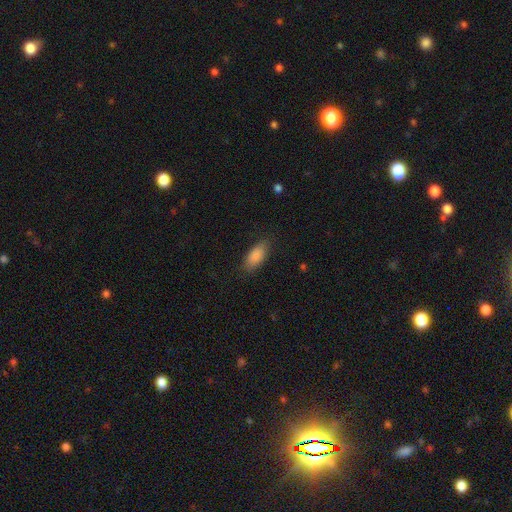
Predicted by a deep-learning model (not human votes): Smooth or featured? Predicted: smooth (p=0.88). How rounded? Predicted: in between (p=0.87). Merging? Predicted: none (p=0.84).